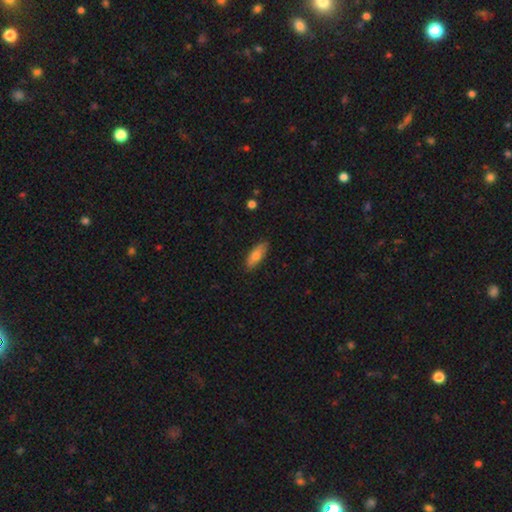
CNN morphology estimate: smooth_or_featured: smooth (p=0.75) [alt: featured or disk p=0.18]
how_rounded: in between (p=0.66) [alt: cigar-shaped p=0.32]
merging: none (p=0.86) [alt: minor disturbance p=0.11]